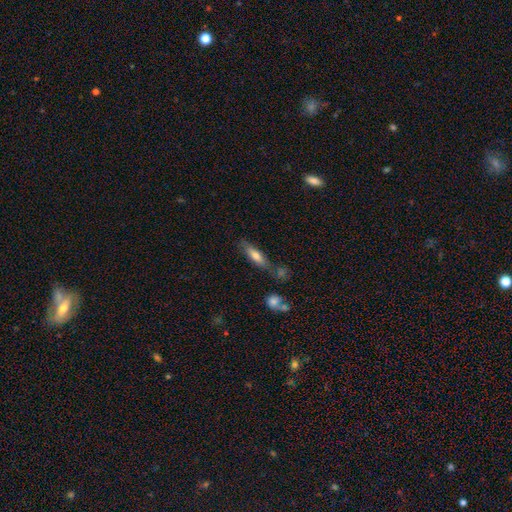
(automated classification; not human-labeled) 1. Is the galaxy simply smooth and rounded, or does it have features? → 65% smooth, 28% featured or disk, 7% star or artifact.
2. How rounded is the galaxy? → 61% cigar-shaped, 37% in between, 2% round.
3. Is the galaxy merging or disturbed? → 64% none, 18% minor disturbance, 12% merger, 6% major disturbance.